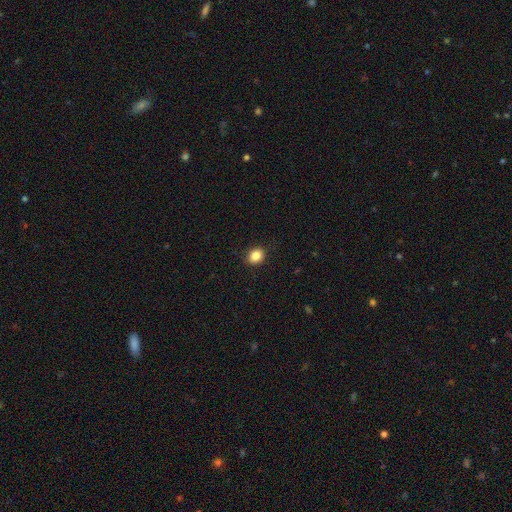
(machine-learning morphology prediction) Smooth or featured?
  - smooth: 86% *
  - star or artifact: 10%
  - featured or disk: 4%
How rounded?
  - round: 62% *
  - in between: 37%
  - cigar-shaped: 1%
Merging?
  - none: 90% *
  - minor disturbance: 7%
  - major disturbance: 2%
  - merger: 1%